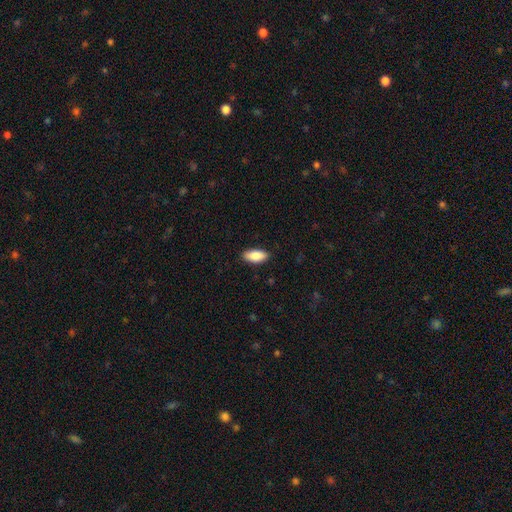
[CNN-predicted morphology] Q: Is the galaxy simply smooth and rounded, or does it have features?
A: smooth — 88%.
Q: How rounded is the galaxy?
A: in between — 88%.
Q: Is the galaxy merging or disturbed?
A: none — 88%.